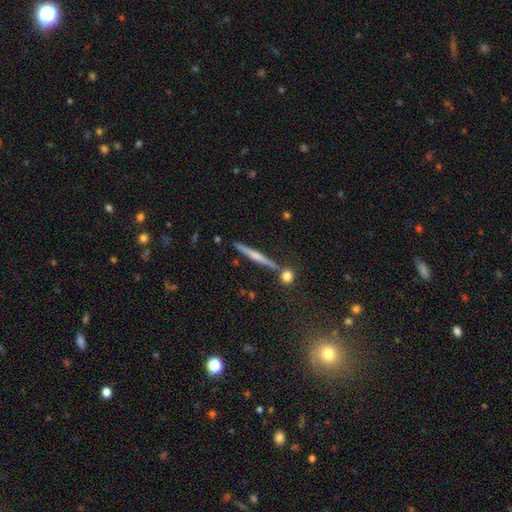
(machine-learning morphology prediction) A featured or disk galaxy (66%) viewed edge-on (98%) with a rounded central bulge (64%). Merging: none (87%).